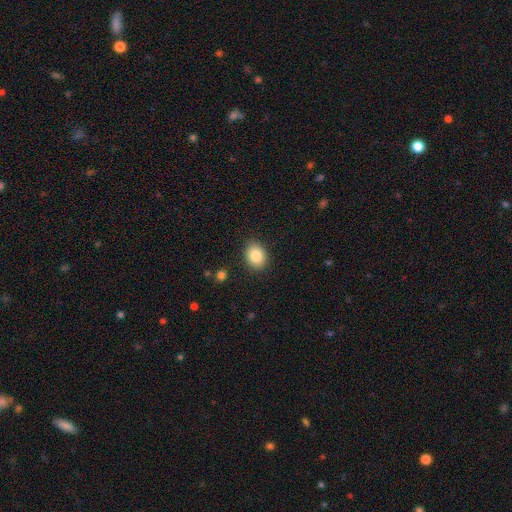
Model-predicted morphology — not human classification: A smooth galaxy with no disk features (85%) that is in between round and cigar-shaped (57%). Merging: none (88%).